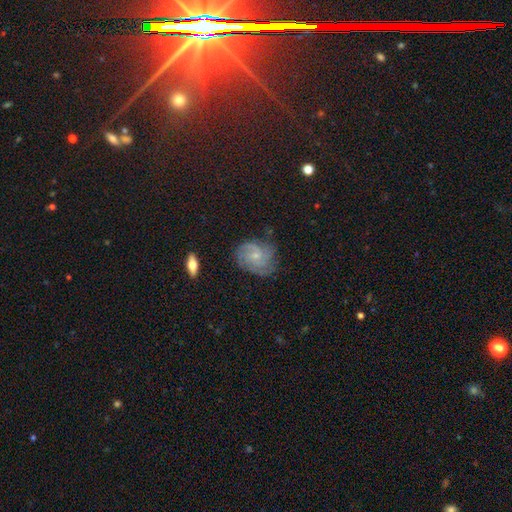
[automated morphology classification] The model was most divided on "spiral arm count": 3: 28%, can't tell: 22%, 4: 20%, 2: 14%, more than 4: 8%, 1: 7%. More confident: edge-on disk — no (98%); spiral arms — yes (97%); smooth or featured — featured or disk (81%); merging — none (74%); bulge size — small (73%); bar — no (66%); spiral winding — tight (61%).